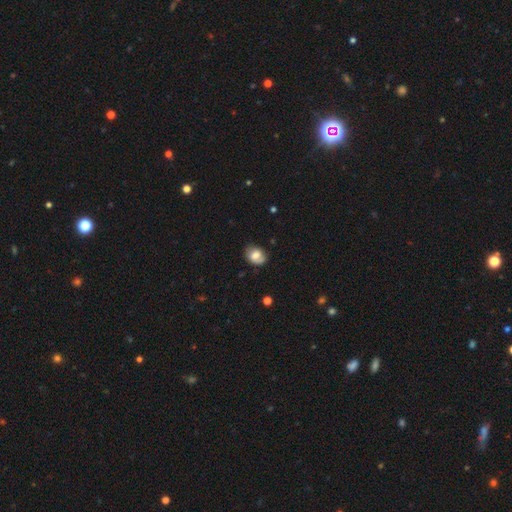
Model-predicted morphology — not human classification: Smooth or featured?
  - smooth: 69% *
  - featured or disk: 22%
  - star or artifact: 9%
How rounded?
  - in between: 58% *
  - round: 41%
  - cigar-shaped: 1%
Merging?
  - none: 64% *
  - minor disturbance: 27%
  - major disturbance: 7%
  - merger: 2%